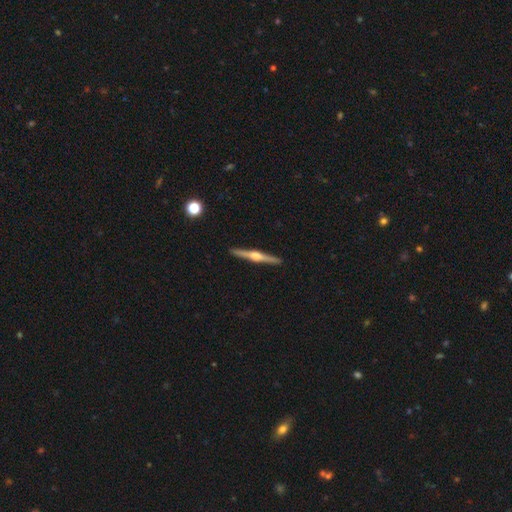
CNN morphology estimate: smooth-or-featured: featured or disk: 80% | smooth: 15% | star or artifact: 5%
  disk-edge-on: yes: 99% | no: 1%
    edge-on-bulge: rounded: 92% | boxy: 5% | none: 3%
  merging: none: 93% | minor disturbance: 5% | major disturbance: 1% | merger: 1%